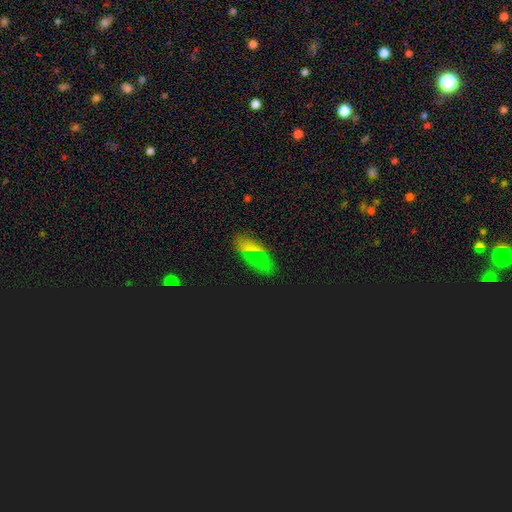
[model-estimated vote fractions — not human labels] Q: Smooth or featured?
A: smooth (57%); runner-up: star or artifact (31%)
Q: How rounded?
A: in between (84%); runner-up: cigar-shaped (9%)
Q: Merging?
A: none (83%); runner-up: minor disturbance (11%)